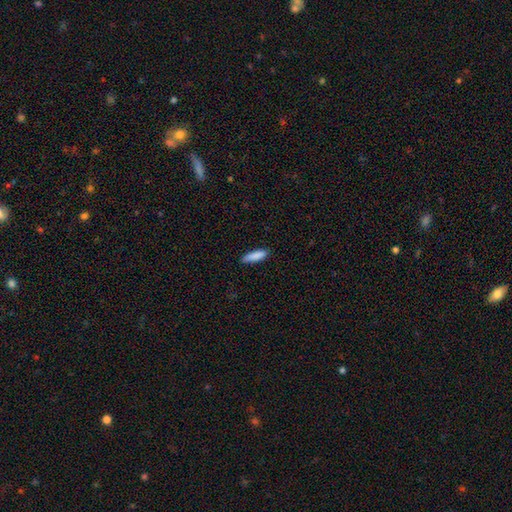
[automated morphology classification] Smooth or featured? Predicted: smooth (p=0.87). How rounded? Predicted: cigar-shaped (p=0.64). Merging? Predicted: none (p=0.83).